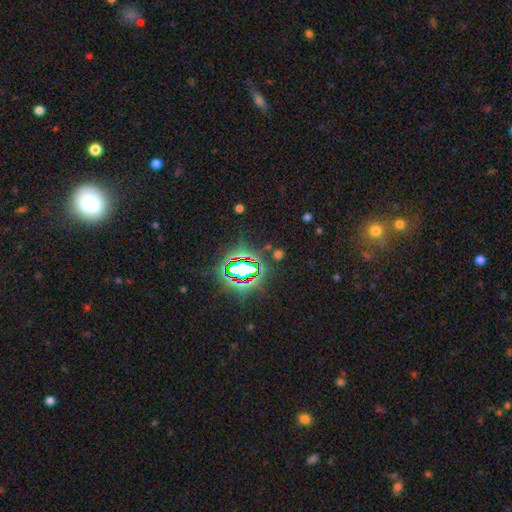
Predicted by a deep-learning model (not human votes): This is likely a star or artifact rather than a galaxy (79%).